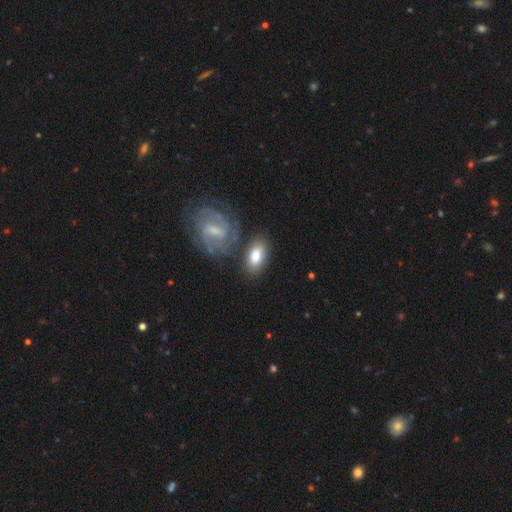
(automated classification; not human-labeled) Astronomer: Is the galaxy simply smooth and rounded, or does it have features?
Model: smooth — 75%.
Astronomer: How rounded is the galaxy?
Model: in between — 90%.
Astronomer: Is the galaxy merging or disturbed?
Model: none — 69%.